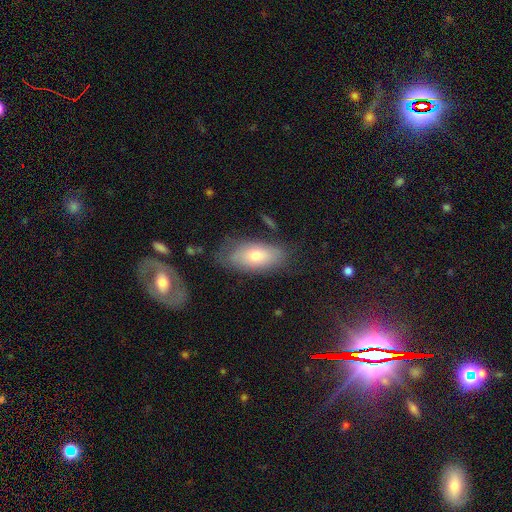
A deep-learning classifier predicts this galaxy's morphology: This appears to be a smooth galaxy with no disk features (64%) that is in between round and cigar-shaped (89%). Merging: none (69%).